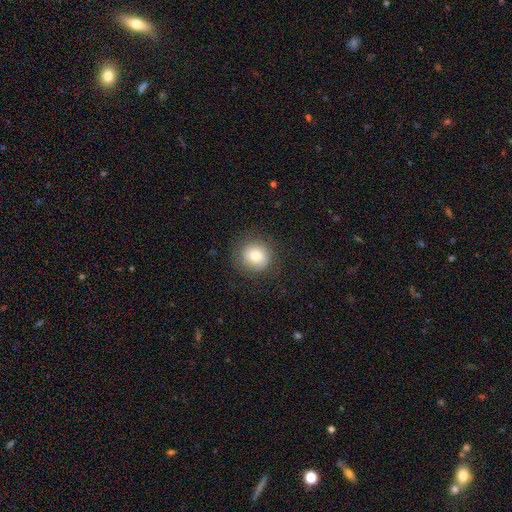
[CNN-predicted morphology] Smooth or featured?
  - smooth: 76% *
  - featured or disk: 14%
  - star or artifact: 10%
How rounded?
  - round: 87% *
  - in between: 12%
  - cigar-shaped: 1%
Merging?
  - none: 82% *
  - minor disturbance: 12%
  - major disturbance: 5%
  - merger: 1%